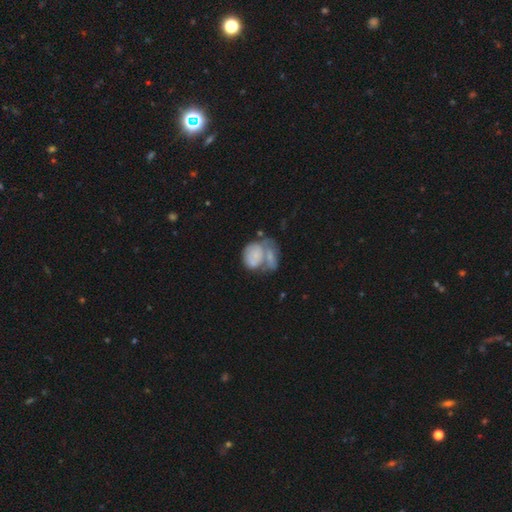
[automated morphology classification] Q: Smooth or featured?
A: smooth (56%); runner-up: featured or disk (35%)
Q: How rounded?
A: round (50%); runner-up: in between (49%)
Q: Merging?
A: merger (55%); runner-up: none (19%)